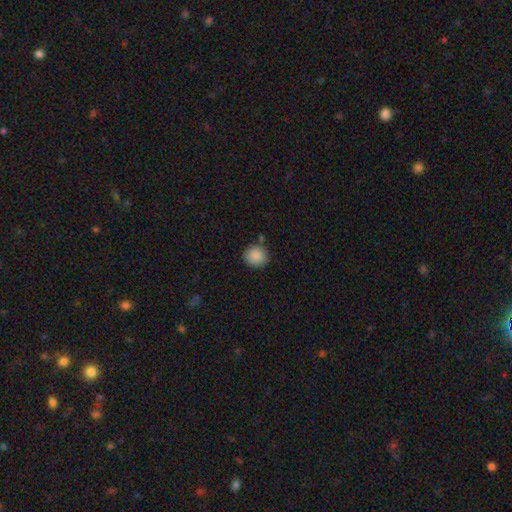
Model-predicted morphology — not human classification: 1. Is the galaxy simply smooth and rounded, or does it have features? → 88% smooth, 8% star or artifact, 4% featured or disk.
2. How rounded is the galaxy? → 83% round, 16% in between, 1% cigar-shaped.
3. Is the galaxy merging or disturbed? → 81% none, 12% minor disturbance, 4% merger, 3% major disturbance.